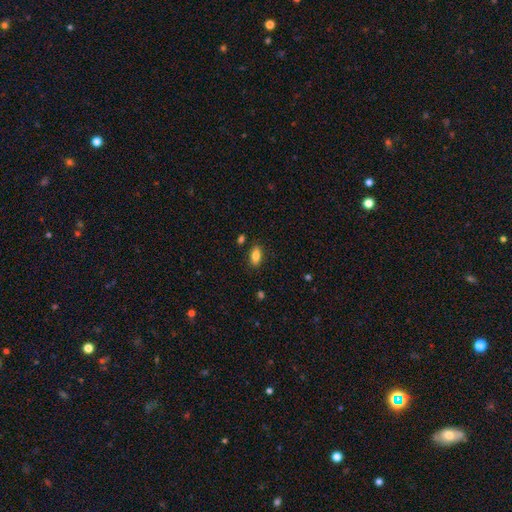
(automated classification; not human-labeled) The model was most divided on "smooth or featured": smooth: 84%, star or artifact: 8%, featured or disk: 8%. More confident: how rounded — in between (90%); merging — none (86%).